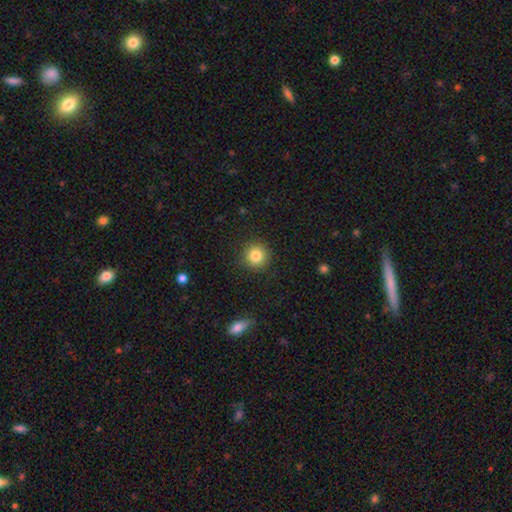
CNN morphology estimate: Overall: smooth (83%). How rounded: round (93%). Merging: none (89%).